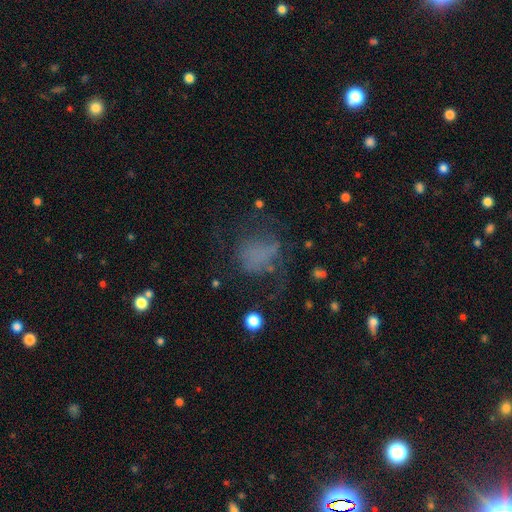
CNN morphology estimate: Smooth or featured? Predicted: smooth (p=0.50). How rounded? Predicted: round (p=0.55). Merging? Predicted: none (p=0.43).